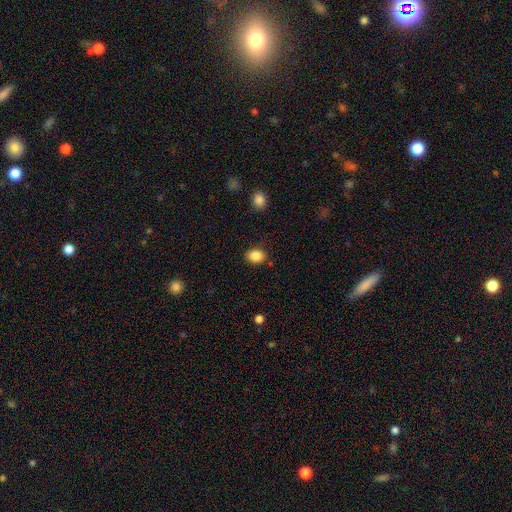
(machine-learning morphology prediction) A smooth galaxy with no disk features (87%) that is in between round and cigar-shaped (64%).

Vote fractions:
- Smooth or featured? smooth: 87% / star or artifact: 9% / featured or disk: 4%
- How rounded? in between: 64% / round: 35% / cigar-shaped: 1%
- Merging? none: 83% / minor disturbance: 12% / major disturbance: 3% / merger: 2%